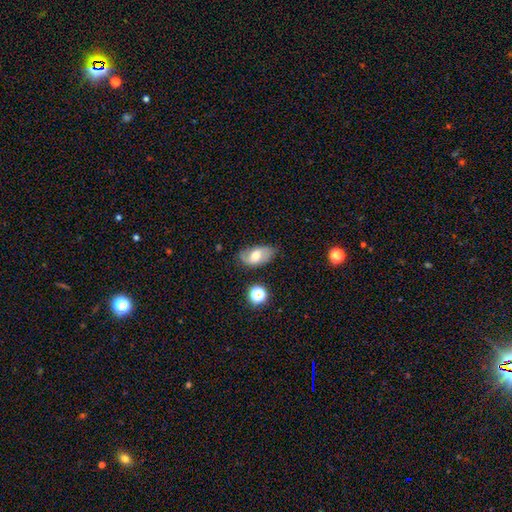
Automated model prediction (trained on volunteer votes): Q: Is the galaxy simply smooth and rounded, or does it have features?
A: smooth — 48%.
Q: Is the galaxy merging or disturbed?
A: none — 69%.